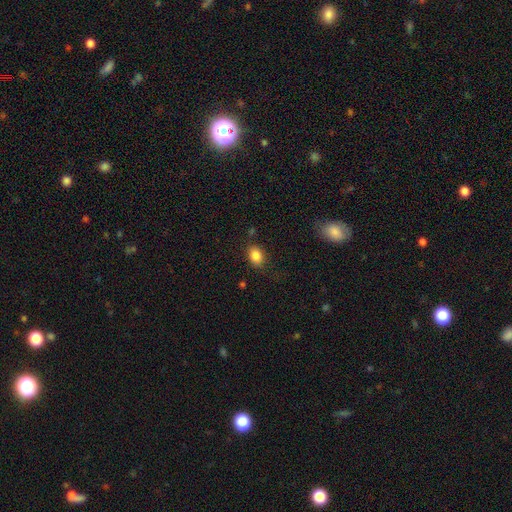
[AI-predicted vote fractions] Q: Smooth or featured?
A: smooth (85%); runner-up: star or artifact (9%)
Q: How rounded?
A: in between (70%); runner-up: round (29%)
Q: Merging?
A: none (78%); runner-up: minor disturbance (15%)